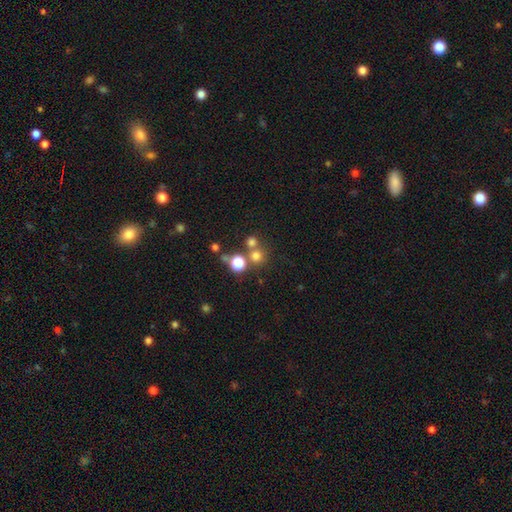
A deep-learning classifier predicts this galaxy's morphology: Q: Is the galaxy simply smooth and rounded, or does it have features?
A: smooth — 71%.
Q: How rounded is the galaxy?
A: round — 91%.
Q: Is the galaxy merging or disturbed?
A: none — 63%.